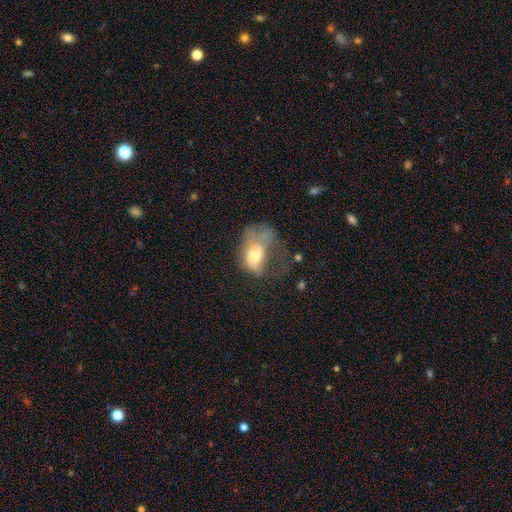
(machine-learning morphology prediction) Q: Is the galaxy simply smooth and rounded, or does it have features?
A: smooth — 54%.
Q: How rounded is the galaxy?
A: in between — 79%.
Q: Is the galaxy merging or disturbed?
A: major disturbance — 61%.